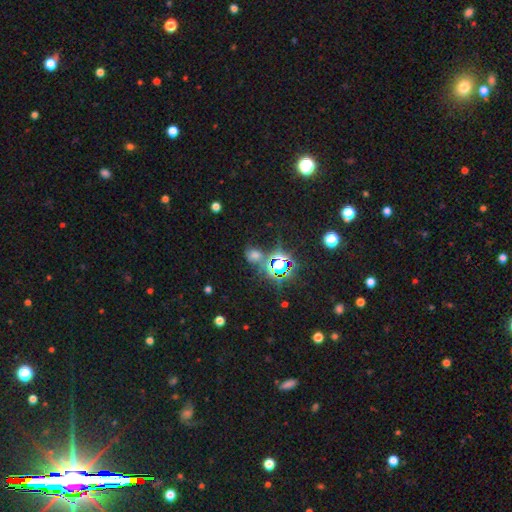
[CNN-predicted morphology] A star or artifact, not a galaxy (59%).